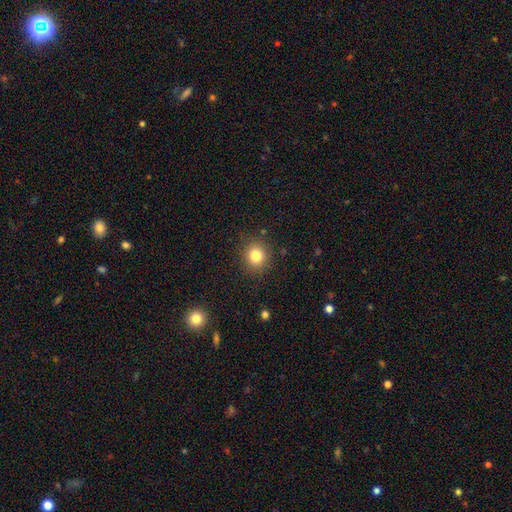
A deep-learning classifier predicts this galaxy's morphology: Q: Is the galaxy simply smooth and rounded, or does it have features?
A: smooth — 81%.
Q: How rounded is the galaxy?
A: round — 86%.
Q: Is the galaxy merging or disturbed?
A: none — 88%.